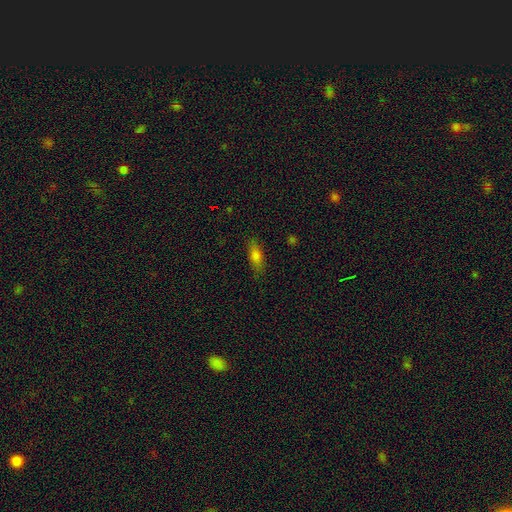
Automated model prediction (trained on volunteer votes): This appears to be a smooth galaxy with no disk features (76%) that is in between round and cigar-shaped (71%). Merging: none (84%).